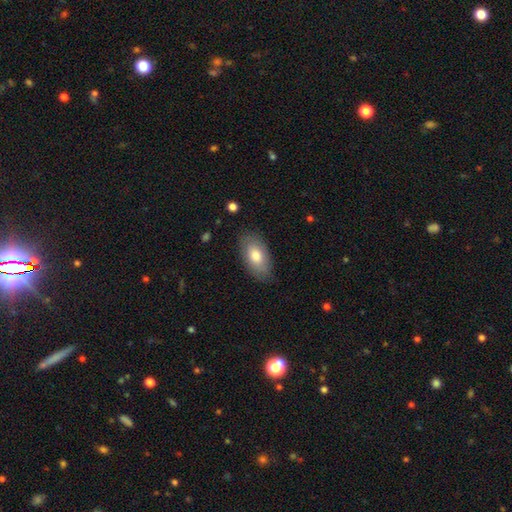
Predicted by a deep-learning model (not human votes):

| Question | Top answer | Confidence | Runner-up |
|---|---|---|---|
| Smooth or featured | smooth | 77% | featured or disk (17%) |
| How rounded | in between | 93% | round (4%) |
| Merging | none | 82% | minor disturbance (14%) |